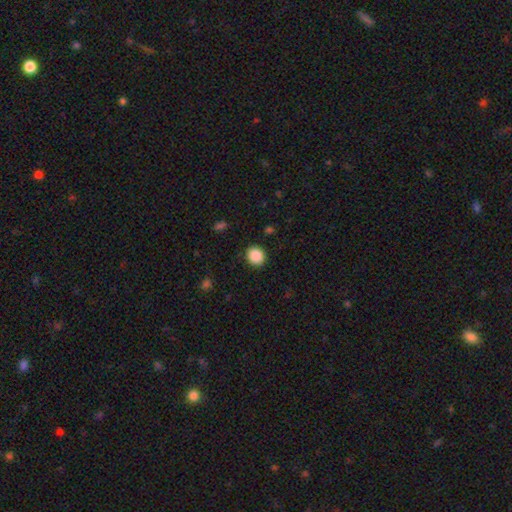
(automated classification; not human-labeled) This is clearly a smooth galaxy (88%). How rounded: clearly round (82%). Merging: clearly none (89%).